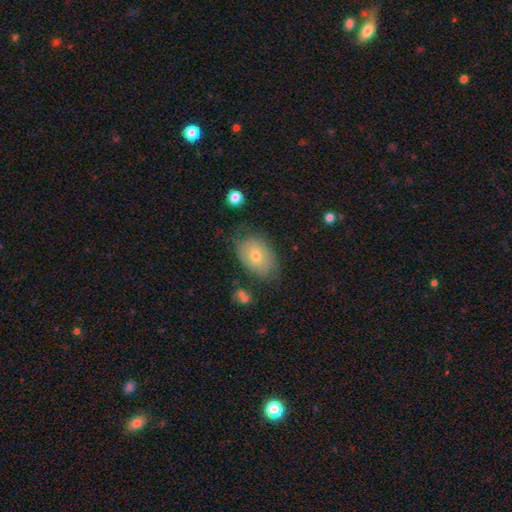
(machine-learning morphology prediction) Smooth or featured? smooth (63%)
How rounded? in between (83%)
Merging? none (66%)